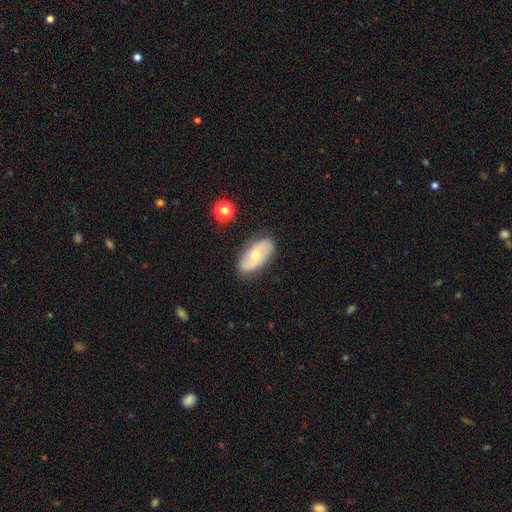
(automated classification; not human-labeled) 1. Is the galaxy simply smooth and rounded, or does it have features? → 52% featured or disk, 41% smooth, 7% star or artifact.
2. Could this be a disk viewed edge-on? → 90% no, 10% yes.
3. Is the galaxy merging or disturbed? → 80% none, 14% minor disturbance, 3% major disturbance, 2% merger.